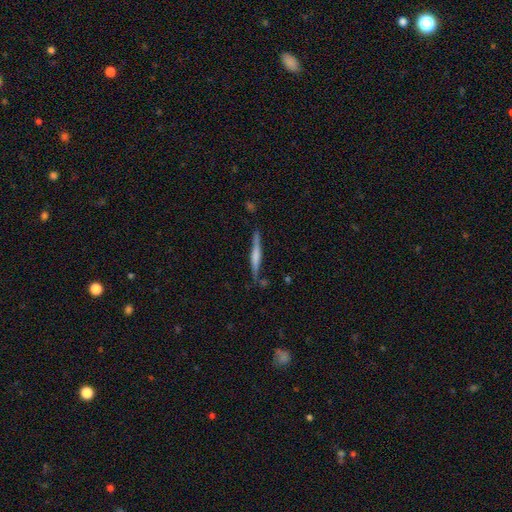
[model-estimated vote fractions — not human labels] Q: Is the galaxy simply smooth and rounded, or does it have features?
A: featured or disk — 52%.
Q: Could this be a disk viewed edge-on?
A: yes — 97%.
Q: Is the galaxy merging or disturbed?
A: none — 80%.